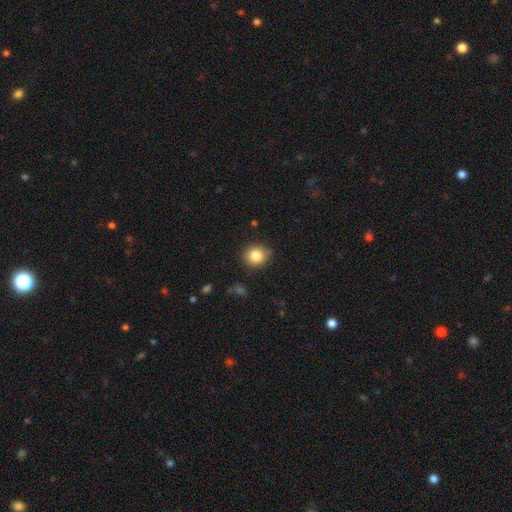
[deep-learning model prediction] smooth-or-featured: smooth: 83% | star or artifact: 10% | featured or disk: 7%
  how-rounded: round: 77% | in between: 22% | cigar-shaped: 1%
  merging: none: 83% | minor disturbance: 13% | major disturbance: 3% | merger: 1%